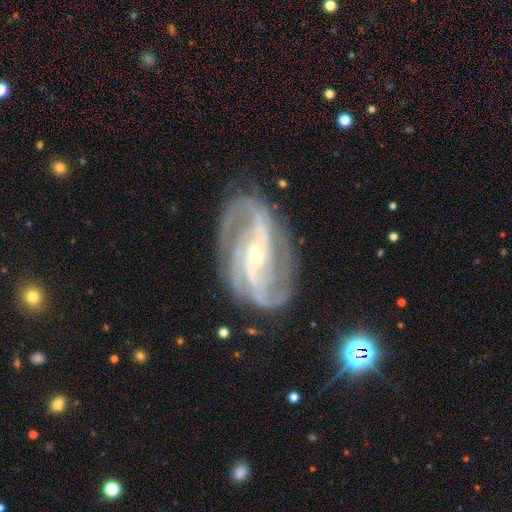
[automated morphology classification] Smooth or featured?
  - featured or disk: 91% *
  - star or artifact: 5%
  - smooth: 4%
Edge-on disk?
  - no: 96% *
  - yes: 4%
Bar?
  - strong: 34% * (tied)
  - no: 34% * (tied)
  - weak: 33%
Spiral arms?
  - yes: 98% *
  - no: 2%
Spiral winding?
  - medium: 48% *
  - tight: 41%
  - loose: 12%
Spiral arm count?
  - 2: 47% *
  - 3: 24%
  - can't tell: 11%
  - 4: 9%
  - more than 4: 5%
  - 1: 5%
Bulge size?
  - small: 74% *
  - moderate: 22%
  - large: 1%
  - none: 1%
  - dominant: 1%
Merging?
  - none: 75% *
  - minor disturbance: 16%
  - major disturbance: 7%
  - merger: 2%